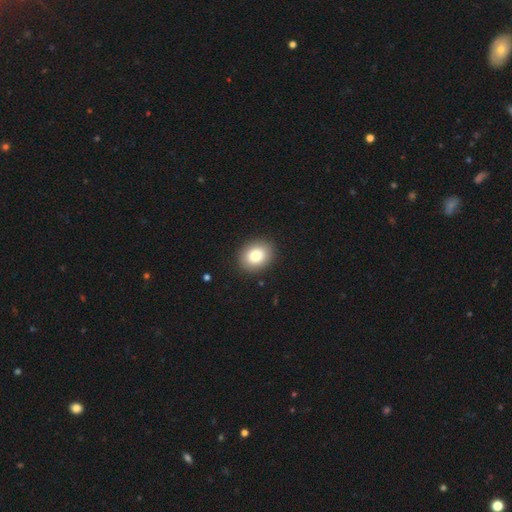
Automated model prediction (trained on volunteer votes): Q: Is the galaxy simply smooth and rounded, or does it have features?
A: smooth — 81%.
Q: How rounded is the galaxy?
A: round — 54%.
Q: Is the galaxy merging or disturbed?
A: none — 90%.